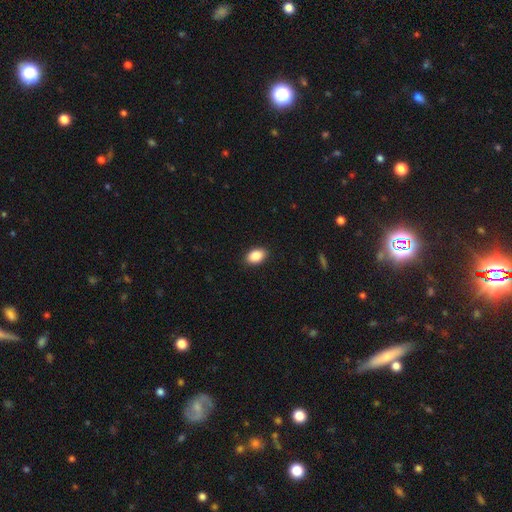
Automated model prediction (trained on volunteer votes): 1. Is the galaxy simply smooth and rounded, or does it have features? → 88% smooth, 8% star or artifact, 5% featured or disk.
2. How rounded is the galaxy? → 87% in between, 11% round, 1% cigar-shaped.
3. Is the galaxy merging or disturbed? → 90% none, 8% minor disturbance, 2% major disturbance, 1% merger.